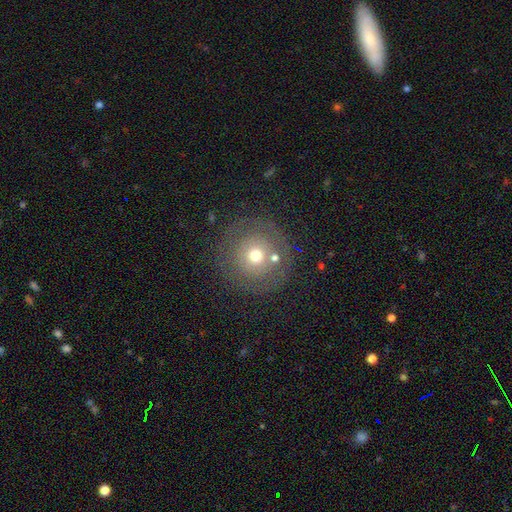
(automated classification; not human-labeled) Overall: smooth (59%; featured or disk 28%). How rounded: round (94%). Merging: none (79%).